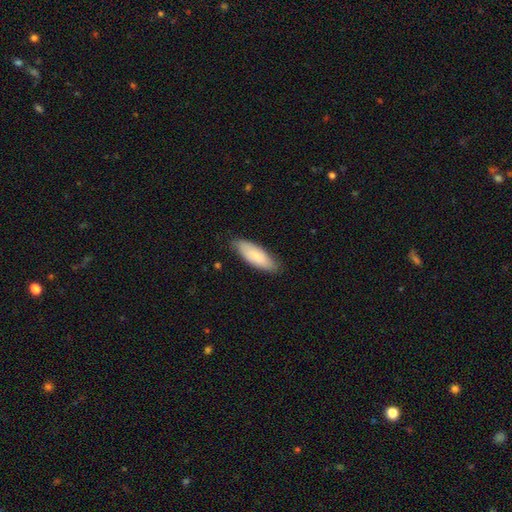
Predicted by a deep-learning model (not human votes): smooth_or_featured: smooth (p=0.78) [alt: featured or disk p=0.17]
how_rounded: in between (p=0.66) [alt: cigar-shaped p=0.33]
merging: none (p=0.80) [alt: minor disturbance p=0.16]